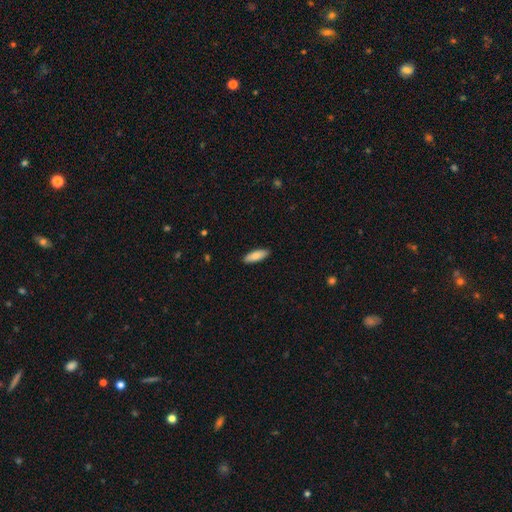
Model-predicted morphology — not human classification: This is clearly a smooth galaxy (84%). How rounded: likely in between (60%). Merging: clearly none (89%).